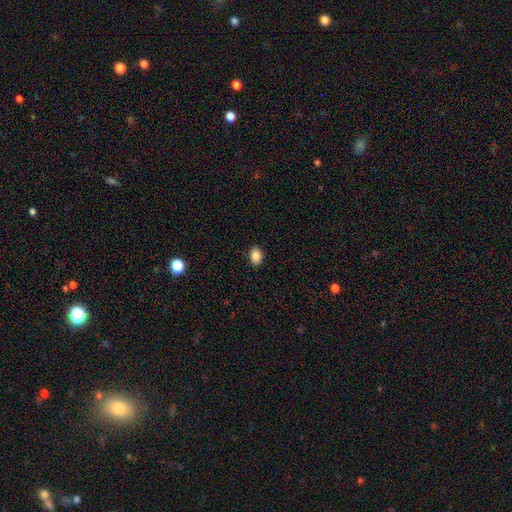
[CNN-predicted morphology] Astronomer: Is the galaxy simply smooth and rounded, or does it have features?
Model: smooth — 86%.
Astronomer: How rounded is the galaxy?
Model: in between — 76%.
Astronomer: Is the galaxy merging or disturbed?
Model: none — 90%.